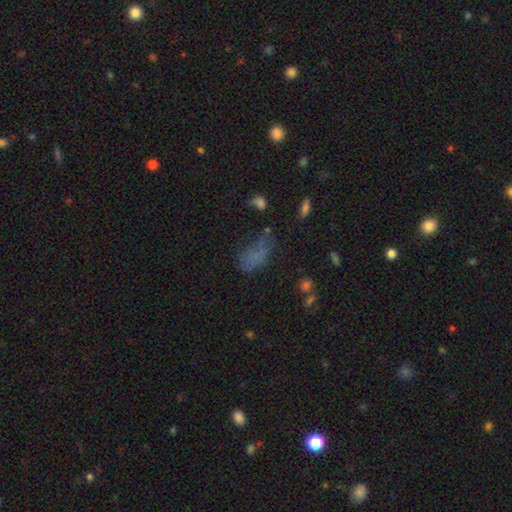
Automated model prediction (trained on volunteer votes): smooth-or-featured: smooth: 57% | star or artifact: 23% | featured or disk: 19%
  how-rounded: in between: 86% | round: 9% | cigar-shaped: 5%
  merging: none: 36% | major disturbance: 31% | minor disturbance: 26% | merger: 8%